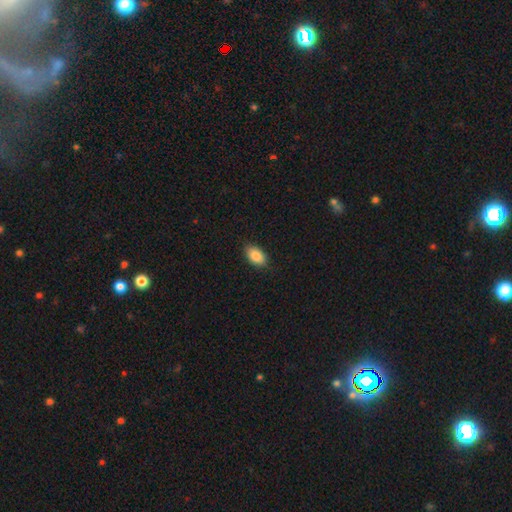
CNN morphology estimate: A smooth galaxy with no disk features (87%) that is in between round and cigar-shaped (91%).

Vote fractions:
- Smooth or featured? smooth: 87% / star or artifact: 7% / featured or disk: 6%
- How rounded? in between: 91% / round: 7% / cigar-shaped: 2%
- Merging? none: 85% / minor disturbance: 11% / major disturbance: 2% / merger: 1%